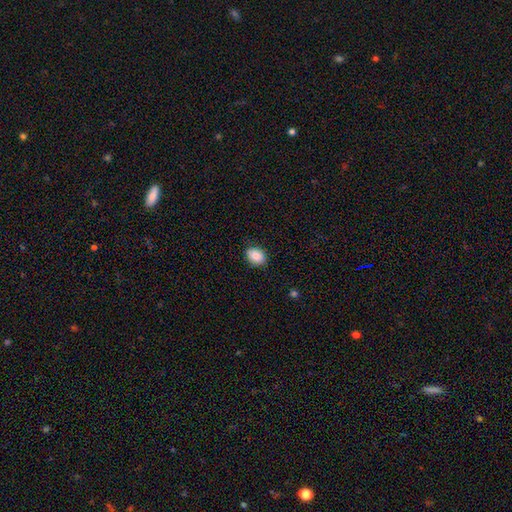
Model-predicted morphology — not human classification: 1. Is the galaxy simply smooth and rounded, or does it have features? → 84% smooth, 8% star or artifact, 8% featured or disk.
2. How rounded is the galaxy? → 59% in between, 40% round, 1% cigar-shaped.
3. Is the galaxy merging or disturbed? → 87% none, 10% minor disturbance, 2% major disturbance, 1% merger.